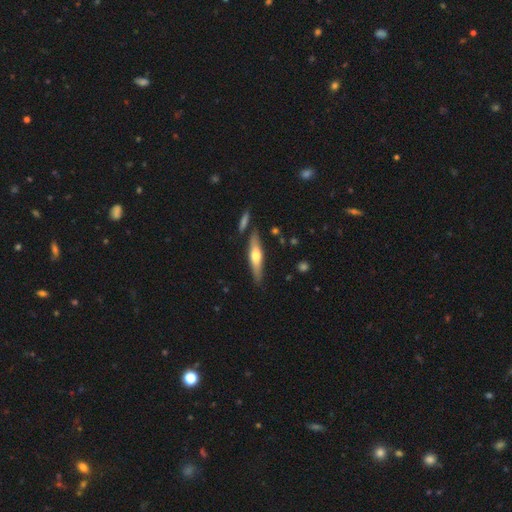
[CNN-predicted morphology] This appears to be a featured or disk galaxy (52%) viewed edge-on (91%). Merging: none (82%).